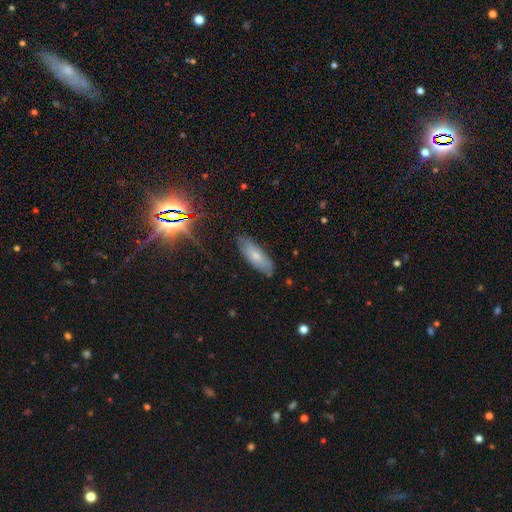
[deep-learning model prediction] Smooth or featured? smooth (69%)
How rounded? in between (61%)
Merging? none (82%)